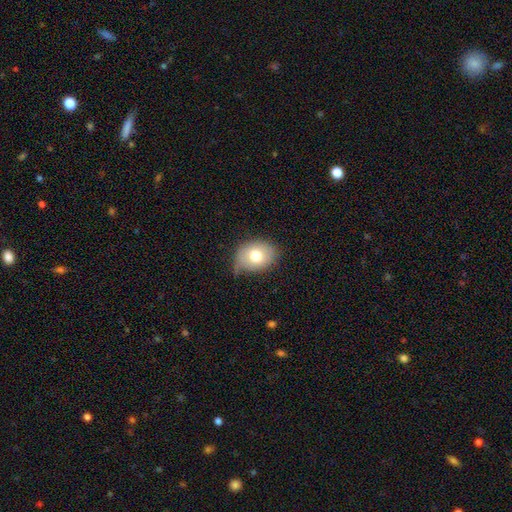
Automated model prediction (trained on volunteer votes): Smooth or featured: smooth — 75% (featured or disk — 17%)
How rounded: in between — 63% (round — 36%)
Merging: none — 58% (minor disturbance — 32%)